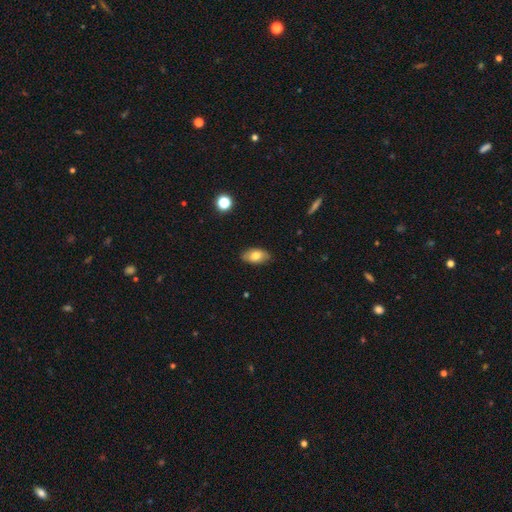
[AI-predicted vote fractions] This is likely a smooth galaxy (76%). How rounded: clearly in between (92%). Merging: clearly none (85%).